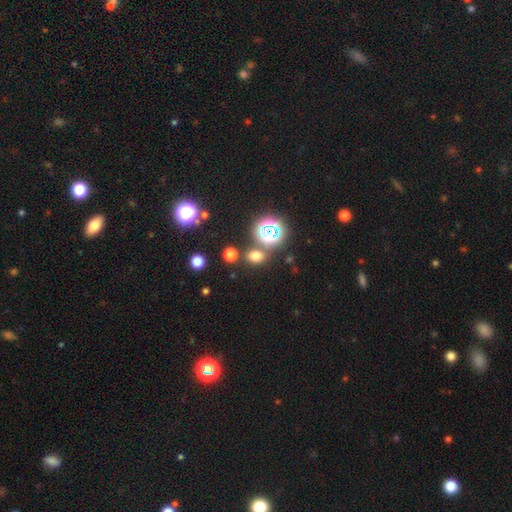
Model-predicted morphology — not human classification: A smooth galaxy with no disk features (64%) that is in between round and cigar-shaped (52%). Merging: none (74%).